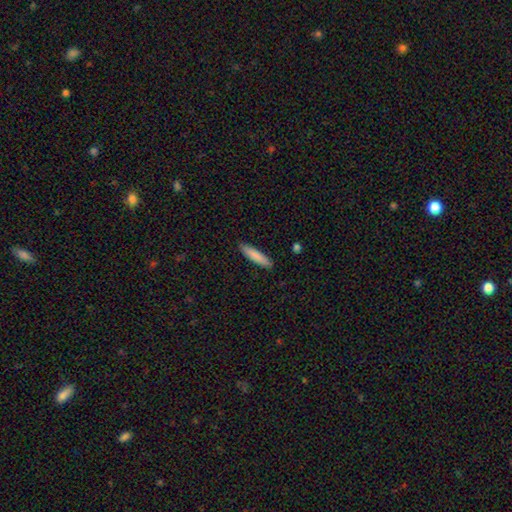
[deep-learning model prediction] smooth_or_featured: smooth (p=0.85) [alt: featured or disk p=0.09]
how_rounded: cigar-shaped (p=0.83) [alt: in between p=0.16]
merging: none (p=0.90) [alt: minor disturbance p=0.07]